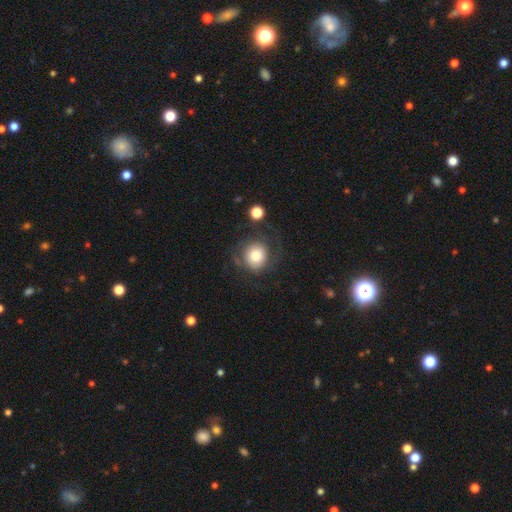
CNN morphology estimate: A smooth galaxy with no disk features (71%) that is round (87%).

Vote fractions:
- Smooth or featured? smooth: 71% / featured or disk: 20% / star or artifact: 9%
- How rounded? round: 87% / in between: 12% / cigar-shaped: 1%
- Merging? none: 62% / minor disturbance: 18% / major disturbance: 16% / merger: 4%